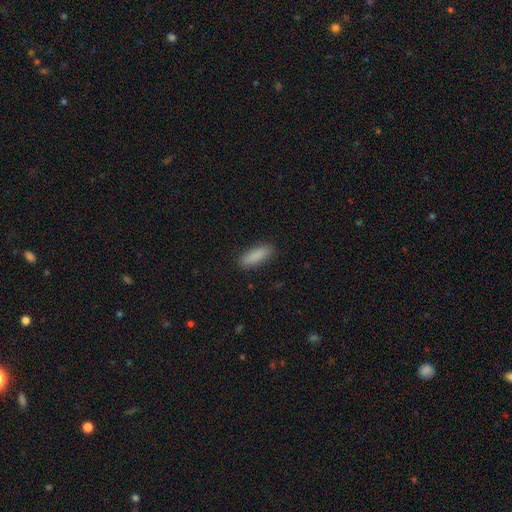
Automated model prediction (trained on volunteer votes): Morphology: type=smooth (89%); roundness=in between (61%); merging=none (88%).